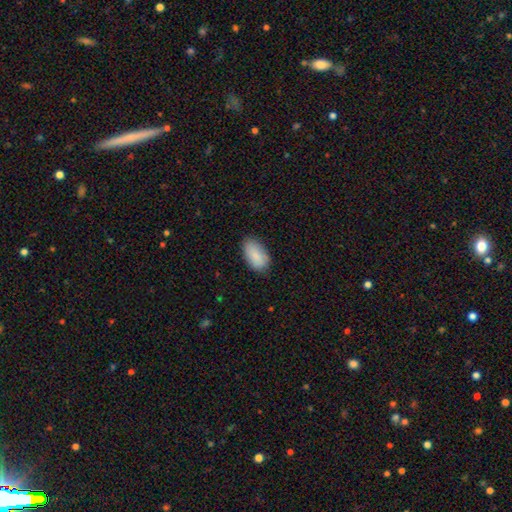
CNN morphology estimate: The model was most divided on "merging": none: 77%, minor disturbance: 18%, major disturbance: 3%, merger: 1%. More confident: how rounded — in between (94%); smooth or featured — smooth (88%).